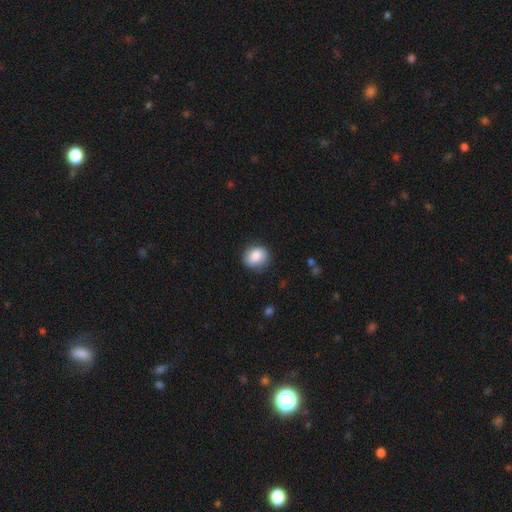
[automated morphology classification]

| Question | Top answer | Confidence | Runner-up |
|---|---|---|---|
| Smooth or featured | smooth | 83% | featured or disk (9%) |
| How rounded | round | 67% | in between (32%) |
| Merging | none | 82% | minor disturbance (14%) |